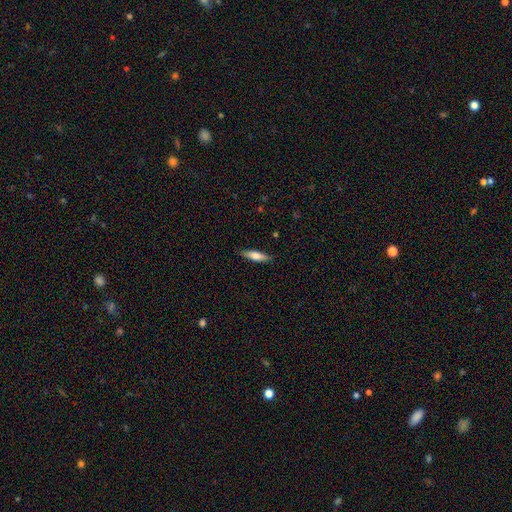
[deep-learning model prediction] Smooth or featured? smooth (67%)
How rounded? cigar-shaped (68%)
Merging? none (86%)